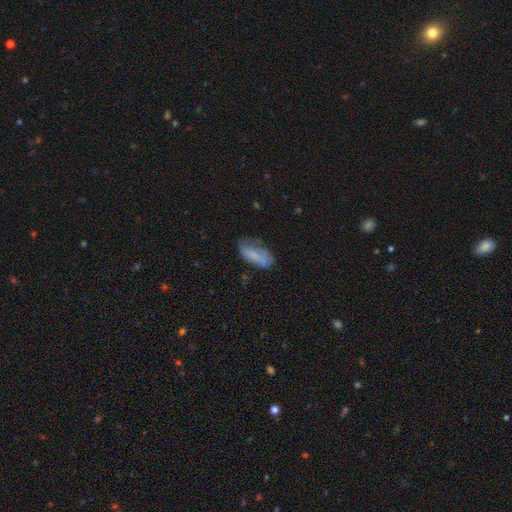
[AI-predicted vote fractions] Smooth or featured? Predicted: smooth (p=0.66). How rounded? Predicted: in between (p=0.74). Merging? Predicted: none (p=0.50).